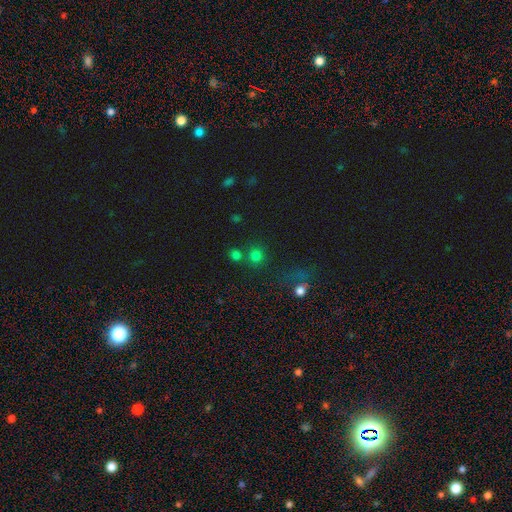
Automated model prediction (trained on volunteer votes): smooth-or-featured: smooth: 73% | star or artifact: 21% | featured or disk: 6%
  how-rounded: round: 90% | in between: 9% | cigar-shaped: 1%
  merging: none: 68% | merger: 20% | minor disturbance: 8% | major disturbance: 4%